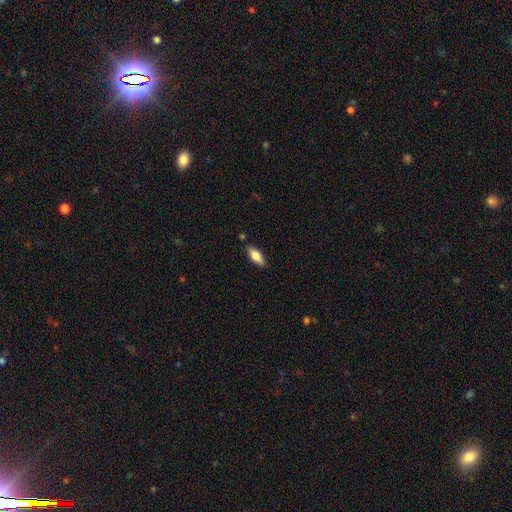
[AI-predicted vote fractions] Morphology: type=smooth (76%); roundness=in between (77%); merging=none (83%).